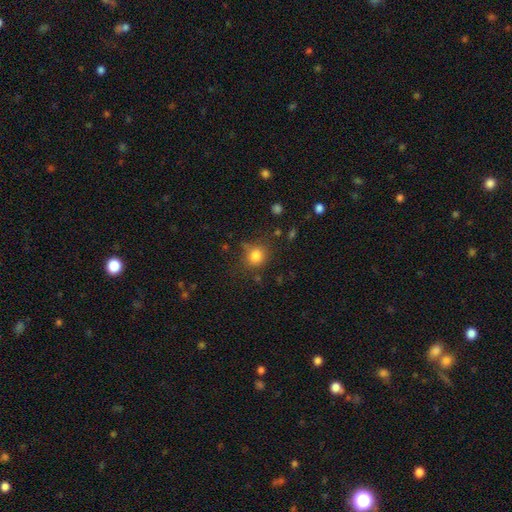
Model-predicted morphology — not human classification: Smooth or featured? Predicted: smooth (p=0.82). How rounded? Predicted: round (p=0.81). Merging? Predicted: none (p=0.73).